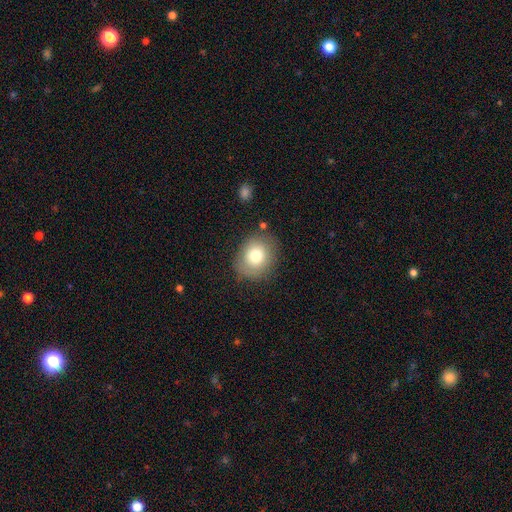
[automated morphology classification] Smooth or featured? smooth (76%)
How rounded? round (66%)
Merging? none (79%)